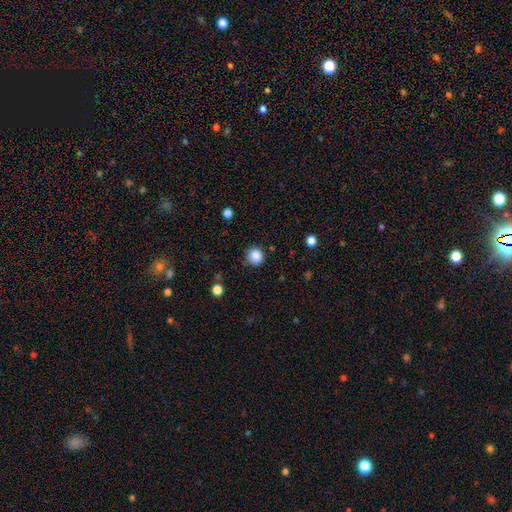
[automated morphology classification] smooth 86%, star or artifact 10%, featured or disk 4%. Down the decision tree: how rounded — round (87%); merging — none (83%).